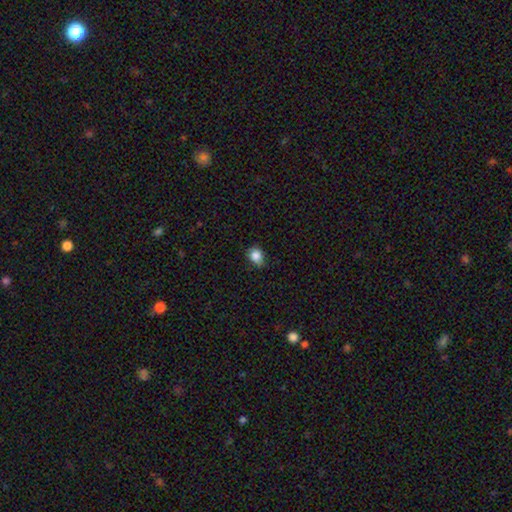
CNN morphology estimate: Smooth or featured?
  - smooth: 86% *
  - star or artifact: 10%
  - featured or disk: 4%
How rounded?
  - round: 55% *
  - in between: 44%
  - cigar-shaped: 1%
Merging?
  - none: 72% *
  - minor disturbance: 23%
  - major disturbance: 3%
  - merger: 1%